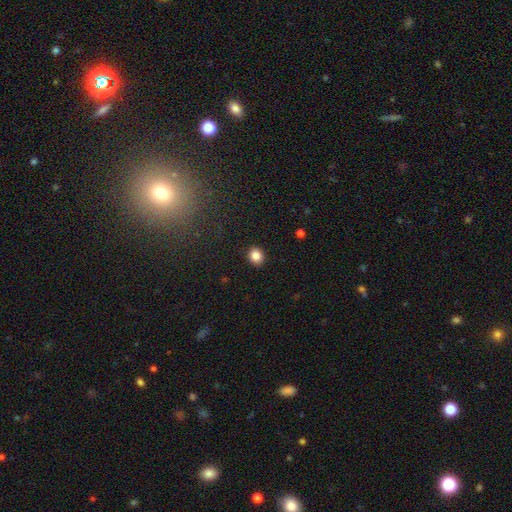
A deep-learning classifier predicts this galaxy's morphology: A smooth galaxy with no disk features (85%) that is round (71%). Merging: none (92%).